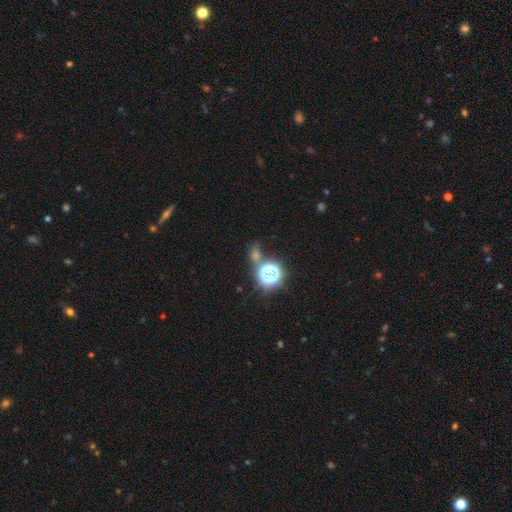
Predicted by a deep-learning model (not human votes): A star or artifact, not a galaxy (56%).